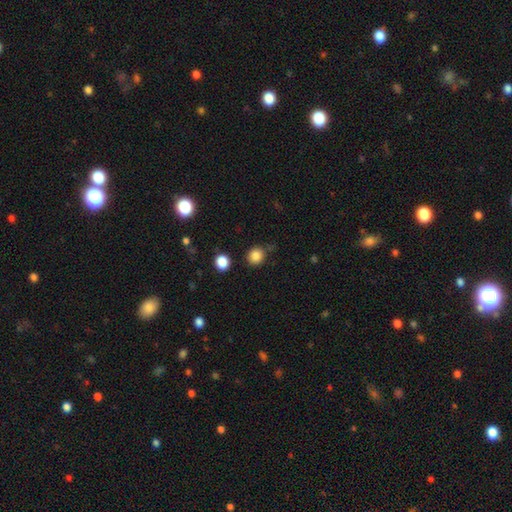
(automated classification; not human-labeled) Q: Smooth or featured?
A: smooth (85%); runner-up: star or artifact (11%)
Q: How rounded?
A: round (85%); runner-up: in between (14%)
Q: Merging?
A: none (80%); runner-up: minor disturbance (12%)